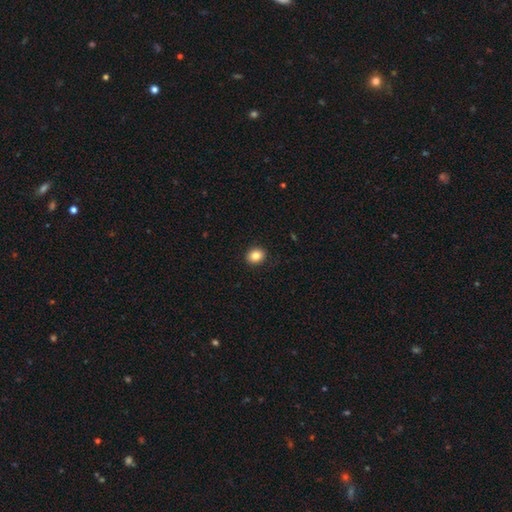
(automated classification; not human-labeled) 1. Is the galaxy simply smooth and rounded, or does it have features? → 84% smooth, 10% star or artifact, 6% featured or disk.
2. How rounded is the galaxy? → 64% round, 35% in between, 1% cigar-shaped.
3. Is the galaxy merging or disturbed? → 90% none, 7% minor disturbance, 2% major disturbance, 1% merger.